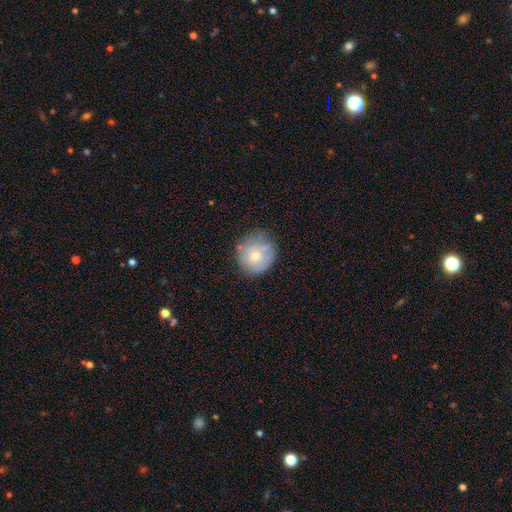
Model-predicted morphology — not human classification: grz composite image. It shows a smooth galaxy with no disk features (66%) that is round (89%). Merging: none (69%).